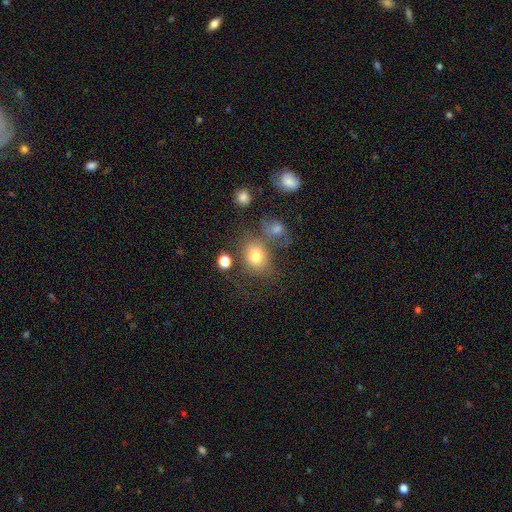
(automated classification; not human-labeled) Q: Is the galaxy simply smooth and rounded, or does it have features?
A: smooth — 74%.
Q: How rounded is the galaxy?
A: round — 54%.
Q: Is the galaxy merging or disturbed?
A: none — 52%.